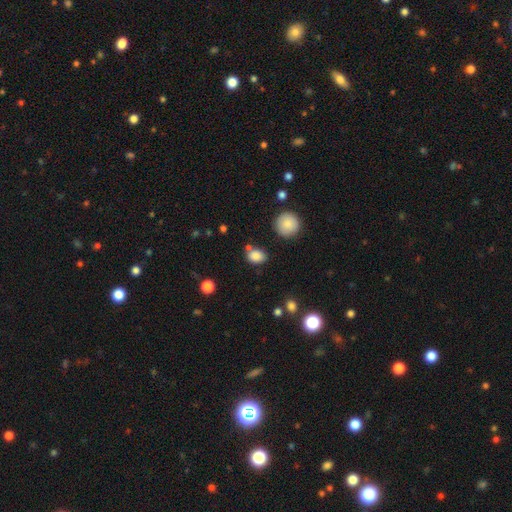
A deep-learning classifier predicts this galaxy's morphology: A smooth galaxy with no disk features (84%) that is in between round and cigar-shaped (63%). Merging: none (72%).